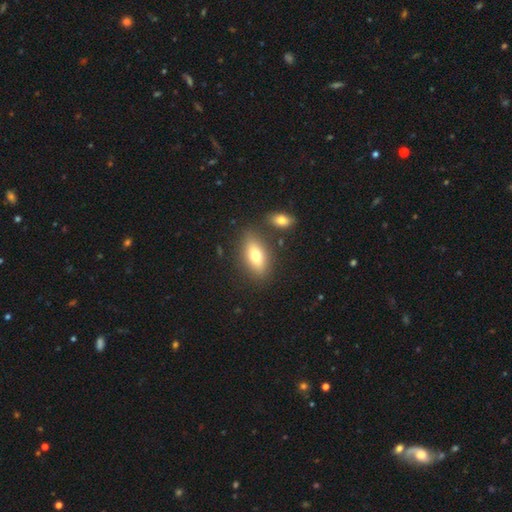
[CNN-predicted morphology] smooth 72%, featured or disk 21%, star or artifact 8%. Down the decision tree: how rounded — in between (82%); merging — none (77%).